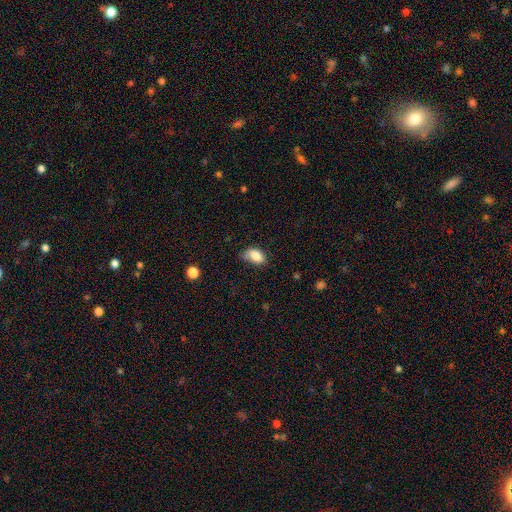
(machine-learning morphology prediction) This appears to be a smooth galaxy with no disk features (84%) that is in between round and cigar-shaped (89%). Merging: none (48%).